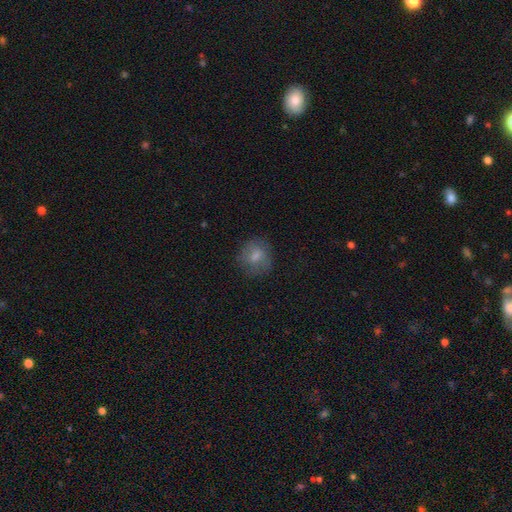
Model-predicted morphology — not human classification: The model was most divided on "how rounded": round: 73%, in between: 26%, cigar-shaped: 1%. More confident: merging — none (72%); smooth or featured — smooth (71%).